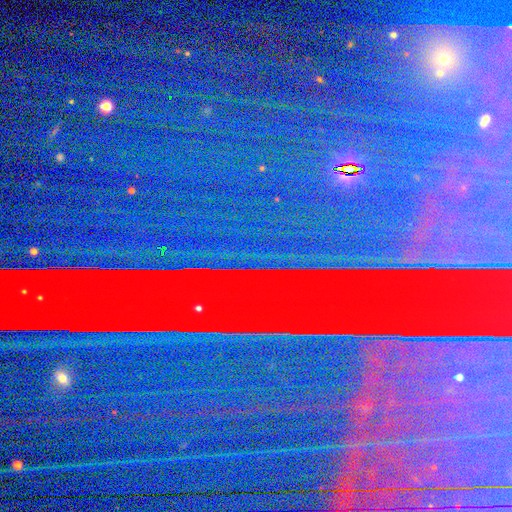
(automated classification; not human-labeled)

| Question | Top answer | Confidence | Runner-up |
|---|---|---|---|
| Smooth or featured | star or artifact | 86% | featured or disk (7%) |